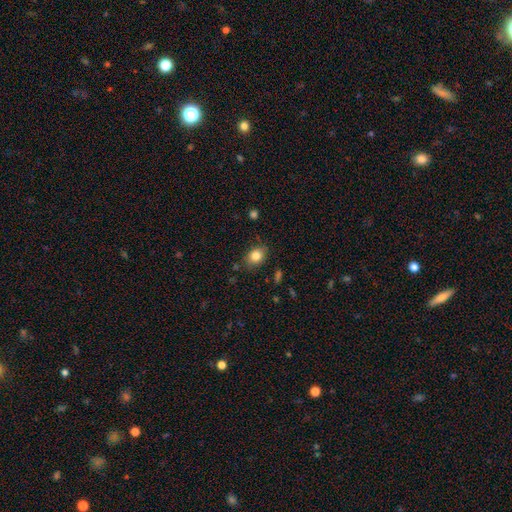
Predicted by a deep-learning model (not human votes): The model was most divided on "how rounded": in between: 63%, round: 35%, cigar-shaped: 1%. More confident: smooth or featured — smooth (82%); merging — none (80%).